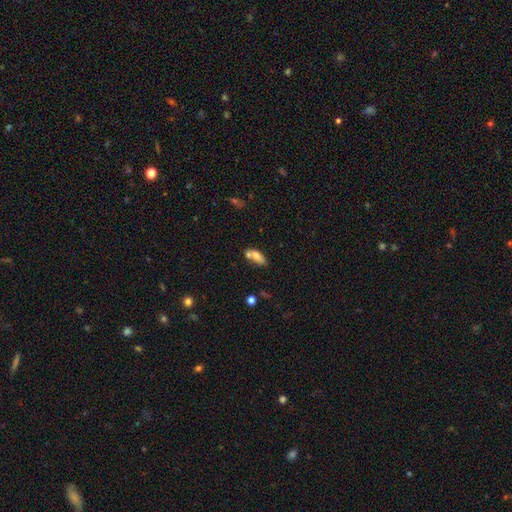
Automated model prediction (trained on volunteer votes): Morphology: type=smooth (72%); roundness=in between (78%); merging=none (42%).